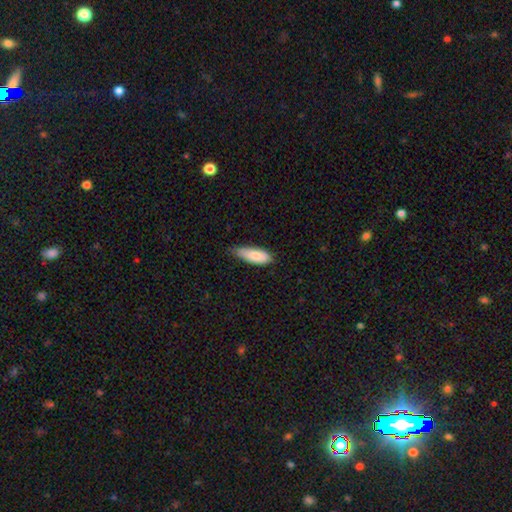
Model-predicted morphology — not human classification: Smooth or featured: smooth — 84% (featured or disk — 10%)
How rounded: in between — 69% (cigar-shaped — 29%)
Merging: none — 53% (minor disturbance — 41%)